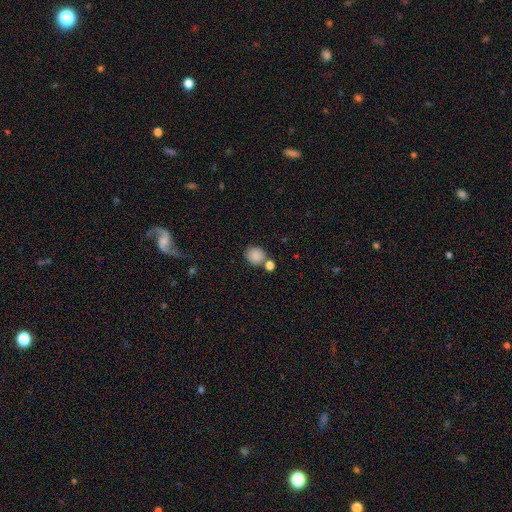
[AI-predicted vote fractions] Smooth or featured?
  - smooth: 87% *
  - star or artifact: 9%
  - featured or disk: 4%
How rounded?
  - round: 85% *
  - in between: 14%
  - cigar-shaped: 1%
Merging?
  - none: 69% *
  - merger: 18%
  - minor disturbance: 10%
  - major disturbance: 3%